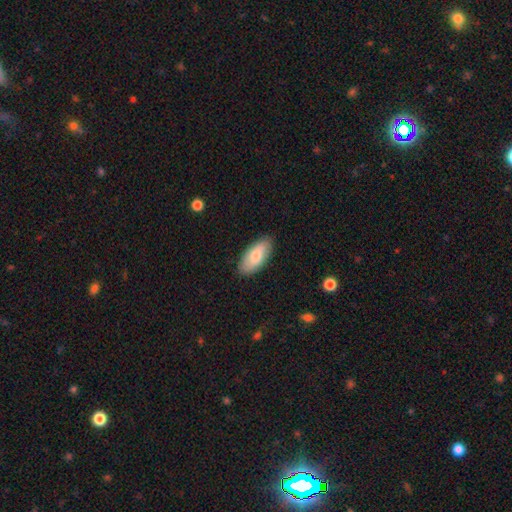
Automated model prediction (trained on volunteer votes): smooth-or-featured: smooth: 78% | featured or disk: 17% | star or artifact: 5%
  how-rounded: in between: 91% | cigar-shaped: 8% | round: 2%
  merging: none: 87% | minor disturbance: 10% | major disturbance: 2% | merger: 1%